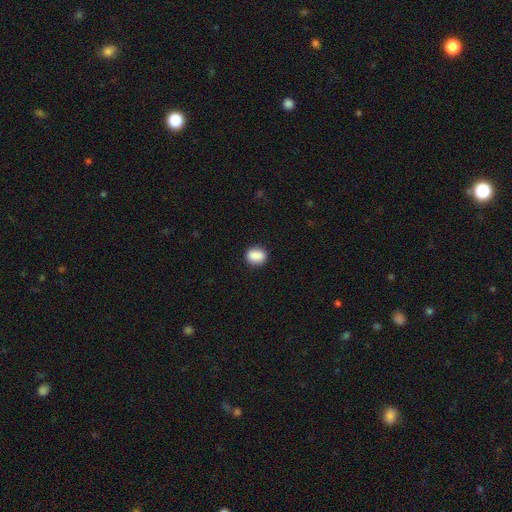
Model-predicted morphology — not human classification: Q: Smooth or featured?
A: smooth (88%); runner-up: star or artifact (8%)
Q: How rounded?
A: in between (55%); runner-up: round (44%)
Q: Merging?
A: none (87%); runner-up: minor disturbance (9%)